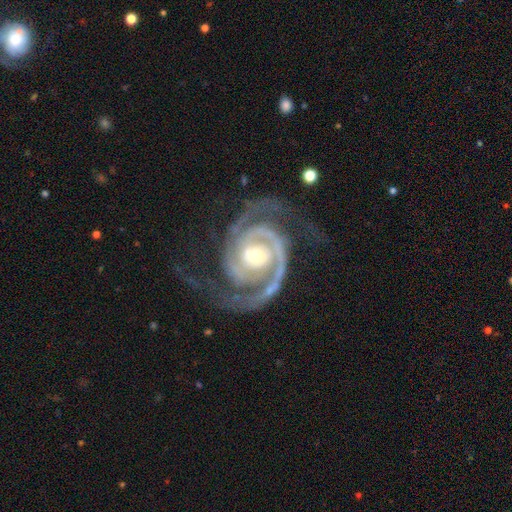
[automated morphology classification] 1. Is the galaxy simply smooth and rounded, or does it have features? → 93% featured or disk, 4% star or artifact, 2% smooth.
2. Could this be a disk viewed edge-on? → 98% no, 2% yes.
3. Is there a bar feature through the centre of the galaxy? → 62% no, 24% weak, 14% strong.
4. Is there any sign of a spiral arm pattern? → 99% yes, 1% no.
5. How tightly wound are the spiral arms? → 62% tight, 33% medium, 5% loose.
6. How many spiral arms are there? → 76% 2, 11% 3, 4% can't tell, 3% 1, 3% 4, 3% more than 4.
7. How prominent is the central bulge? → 47% small (tied), 47% moderate (tied), 3% large, 1% none, 1% dominant.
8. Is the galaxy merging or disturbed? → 67% none, 16% minor disturbance, 15% major disturbance, 2% merger.